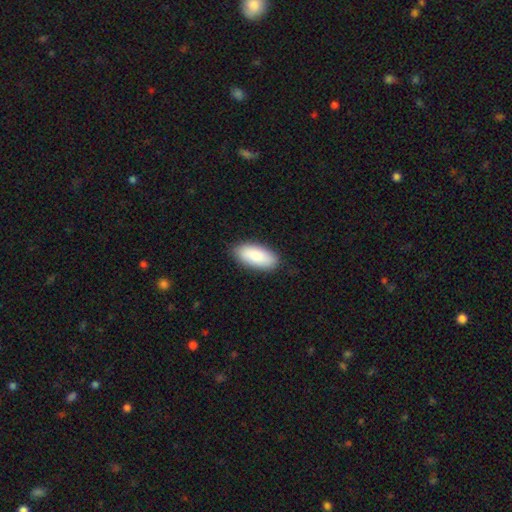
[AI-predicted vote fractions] Morphology: type=smooth (88%); roundness=in between (90%); merging=none (87%).